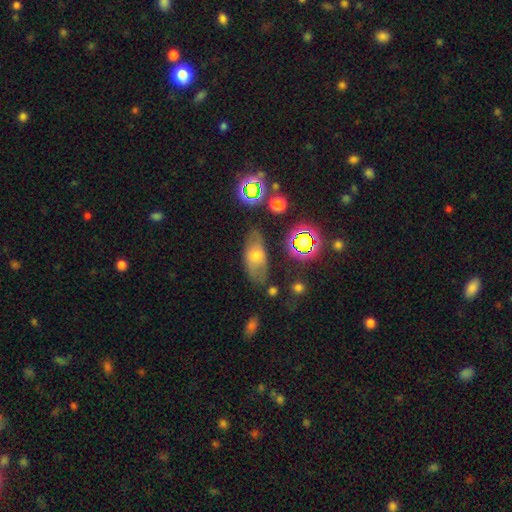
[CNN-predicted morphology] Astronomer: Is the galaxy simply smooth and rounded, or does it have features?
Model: smooth — 53% (runner-up: featured or disk, 31%).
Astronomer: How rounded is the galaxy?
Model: in between — 82%.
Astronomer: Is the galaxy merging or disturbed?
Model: none — 69%.